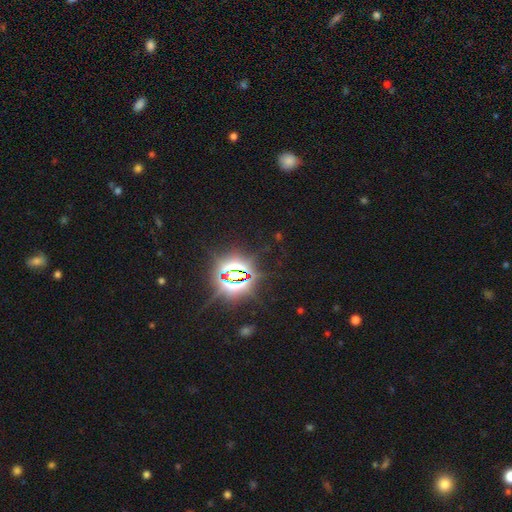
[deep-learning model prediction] smooth_or_featured: star or artifact (p=0.84) [alt: smooth p=0.10]